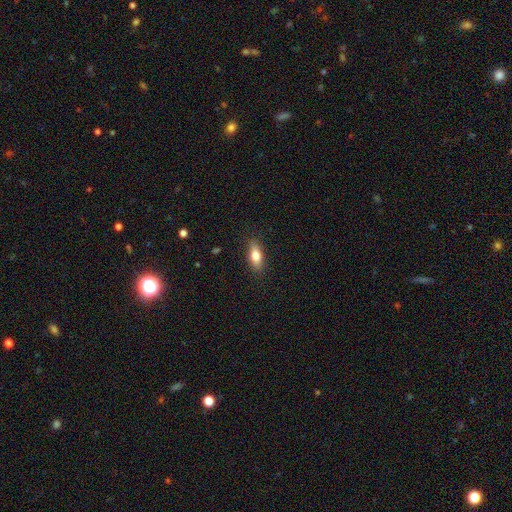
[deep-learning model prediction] Q: Smooth or featured?
A: smooth (76%); runner-up: featured or disk (17%)
Q: How rounded?
A: in between (73%); runner-up: cigar-shaped (23%)
Q: Merging?
A: none (86%); runner-up: minor disturbance (11%)